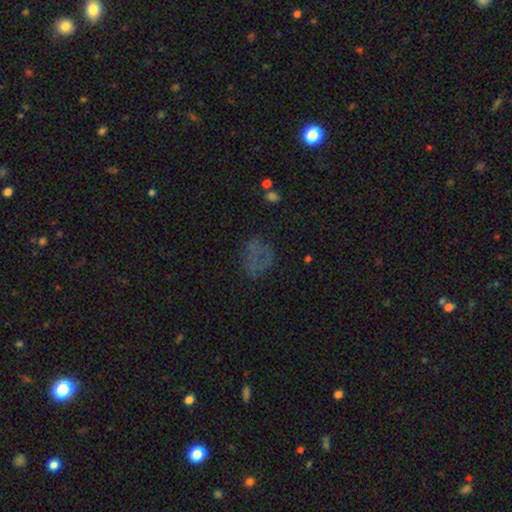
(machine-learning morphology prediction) The model was most divided on "smooth or featured": smooth: 43%, star or artifact: 33%, featured or disk: 24%. More confident: merging — none (56%).